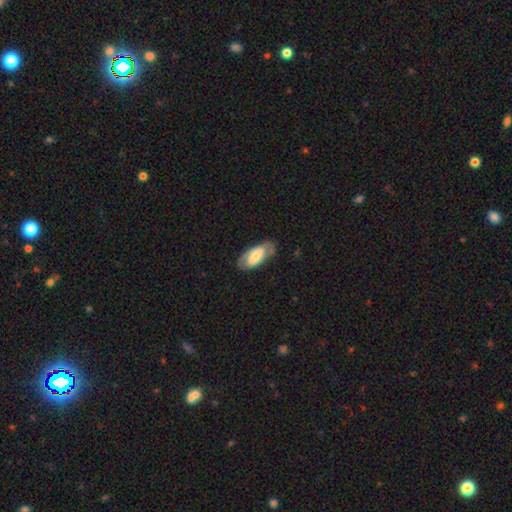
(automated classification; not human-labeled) smooth-or-featured: featured or disk: 49% | smooth: 45% | star or artifact: 6%
  merging: none: 75% | minor disturbance: 18% | major disturbance: 6% | merger: 1%